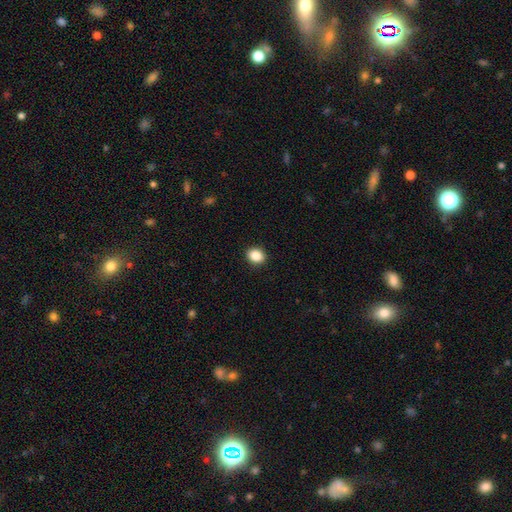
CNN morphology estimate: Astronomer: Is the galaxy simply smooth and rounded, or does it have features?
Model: smooth — 87%.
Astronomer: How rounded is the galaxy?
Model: round — 58% (runner-up: in between, 41%).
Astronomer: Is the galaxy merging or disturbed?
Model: none — 92%.